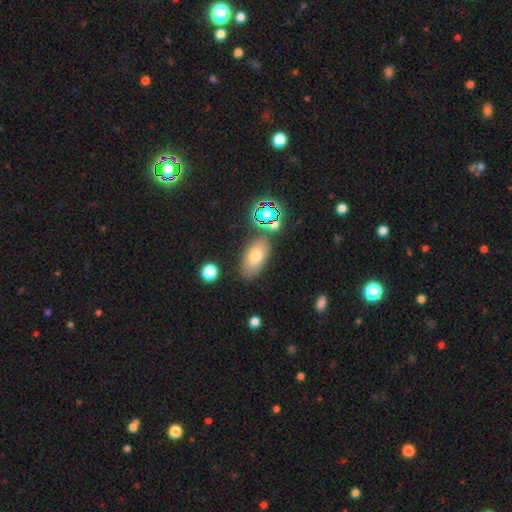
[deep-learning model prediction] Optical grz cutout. It shows a smooth galaxy with no disk features (70%) that is in between round and cigar-shaped (89%). Merging: none (77%).